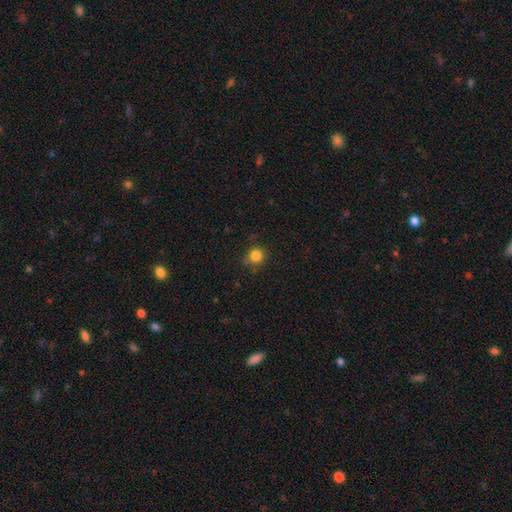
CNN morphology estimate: Smooth or featured? Predicted: smooth (p=0.83). How rounded? Predicted: round (p=0.89). Merging? Predicted: none (p=0.80).